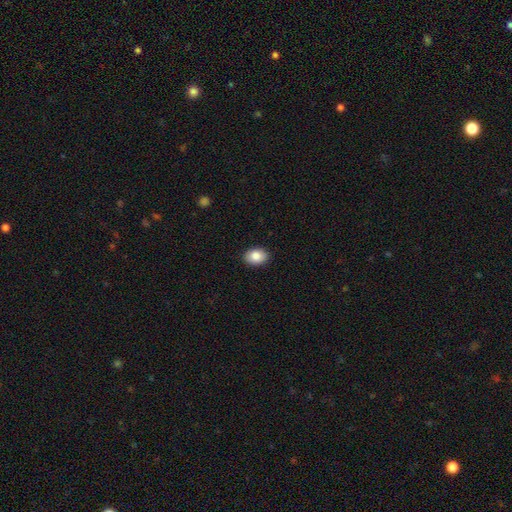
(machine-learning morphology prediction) The model was most divided on "how rounded": in between: 78%, round: 21%, cigar-shaped: 1%. More confident: merging — none (90%); smooth or featured — smooth (86%).